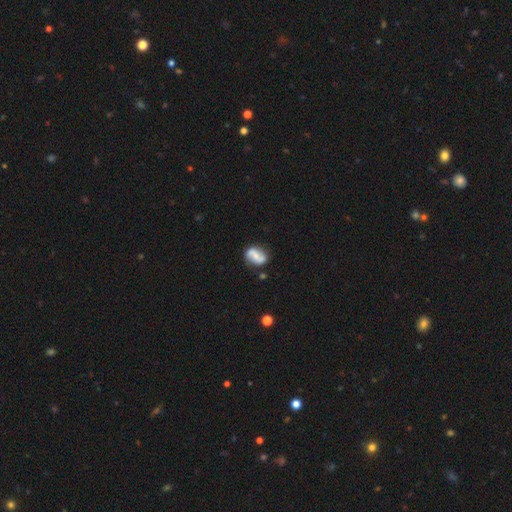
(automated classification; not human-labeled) Smooth or featured?
  - featured or disk: 56% *
  - smooth: 37%
  - star or artifact: 7%
Edge-on disk?
  - no: 96% *
  - yes: 4%
Bar?
  - no: 50% *
  - weak: 32%
  - strong: 18%
Spiral arms?
  - yes: 76% *
  - no: 24%
Bulge size?
  - small: 45% *
  - moderate: 38%
  - none: 12%
  - large: 4%
  - dominant: 2%
Merging?
  - none: 64% *
  - minor disturbance: 19%
  - merger: 11%
  - major disturbance: 5%